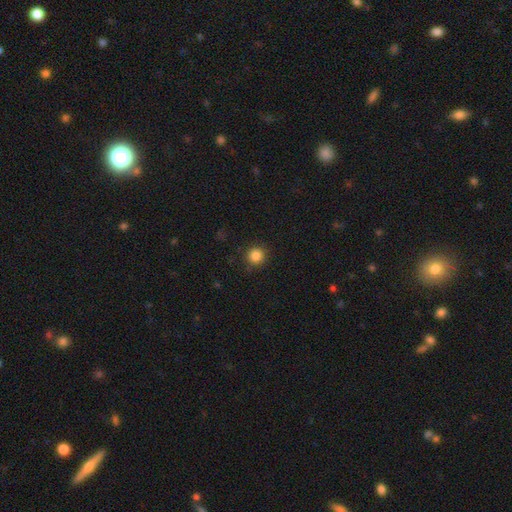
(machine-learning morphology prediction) Q: Smooth or featured?
A: smooth (85%); runner-up: star or artifact (11%)
Q: How rounded?
A: round (94%); runner-up: in between (5%)
Q: Merging?
A: none (89%); runner-up: minor disturbance (7%)